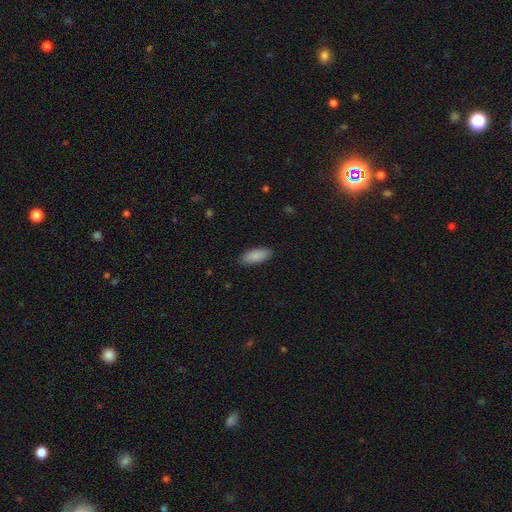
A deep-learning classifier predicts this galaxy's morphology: smooth 88%, featured or disk 6%, star or artifact 6%. Down the decision tree: how rounded — in between (80%); merging — none (88%).